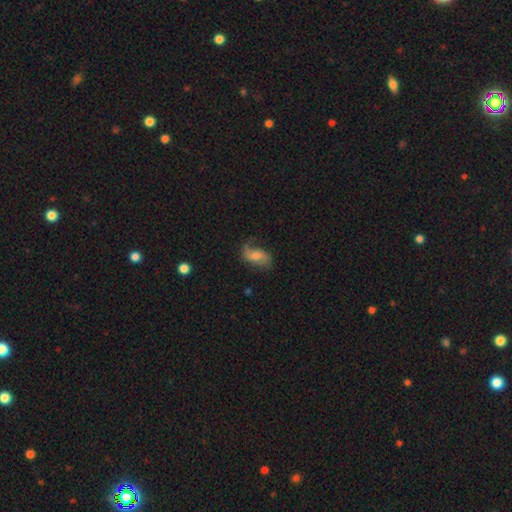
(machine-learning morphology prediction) A featured or disk galaxy (63%) with no bar (55%), 2 (78%) loose (64%) spiral arms (90%) and a moderate central bulge (54%).

Vote fractions:
- Smooth or featured? featured or disk: 63% / smooth: 28% / star or artifact: 9%
- Edge-on disk? no: 95% / yes: 5%
- Bar? no: 55% / weak: 34% / strong: 11%
- Spiral arms? yes: 90% / no: 10%
- Spiral winding? loose: 64% / medium: 27% / tight: 10%
- Spiral arm count? 2: 78% / 1: 13% / can't tell: 6% / 3: 1% / 4: 1% / more than 4: 1%
- Bulge size? moderate: 54% / small: 36% / large: 5% / none: 3% / dominant: 1%
- Merging? none: 62% / minor disturbance: 23% / major disturbance: 13% / merger: 2%